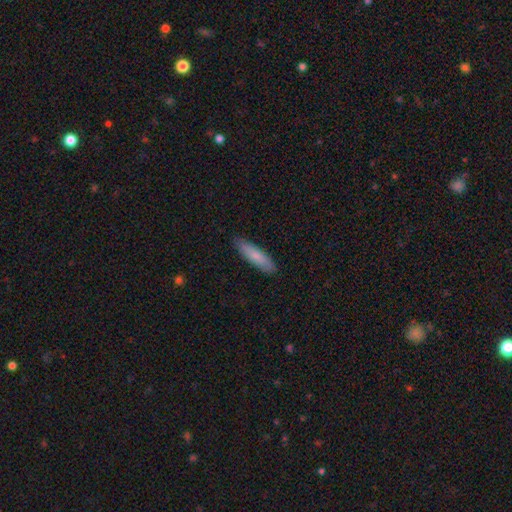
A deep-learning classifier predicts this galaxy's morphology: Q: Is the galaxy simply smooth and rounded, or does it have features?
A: smooth — 78%.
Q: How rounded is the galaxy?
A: cigar-shaped — 73%.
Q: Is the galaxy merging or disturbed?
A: none — 86%.